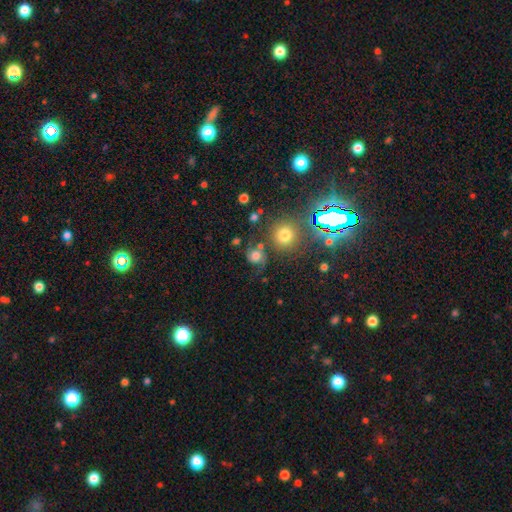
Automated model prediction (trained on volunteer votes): smooth-or-featured: smooth: 50% | featured or disk: 30% | star or artifact: 20%
  how-rounded: round: 80% | in between: 19% | cigar-shaped: 1%
  merging: none: 52% | minor disturbance: 18% | major disturbance: 18% | merger: 12%